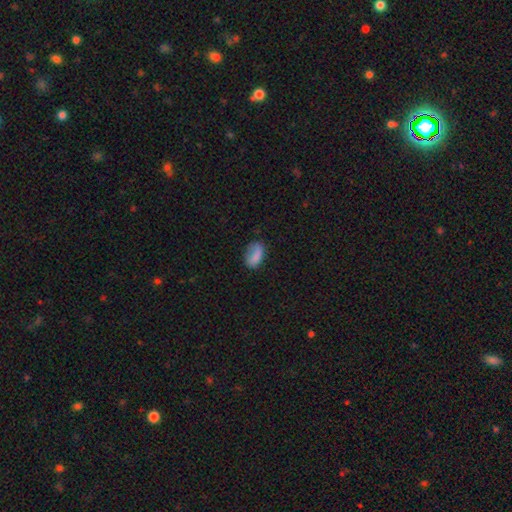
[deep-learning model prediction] smooth 80%, featured or disk 11%, star or artifact 9%. Down the decision tree: how rounded — in between (90%); merging — none (58%).